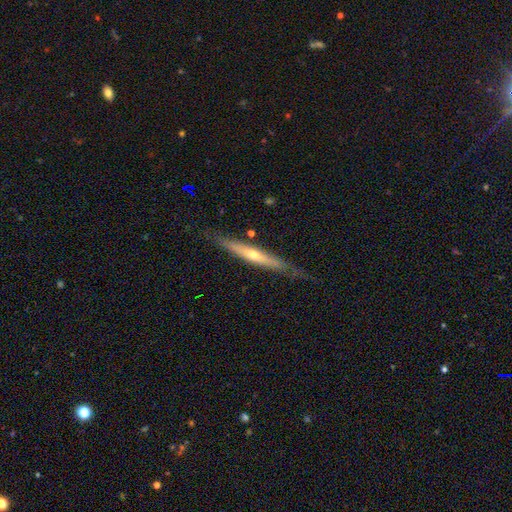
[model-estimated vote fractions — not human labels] A featured or disk galaxy (71%) viewed edge-on (94%) with a rounded central bulge (73%).

Vote fractions:
- Smooth or featured? featured or disk: 71% / smooth: 23% / star or artifact: 6%
- Edge-on disk? yes: 94% / no: 6%
- Edge-on bulge? rounded: 73% / none: 24% / boxy: 3%
- Merging? none: 80% / minor disturbance: 16% / major disturbance: 3% / merger: 2%